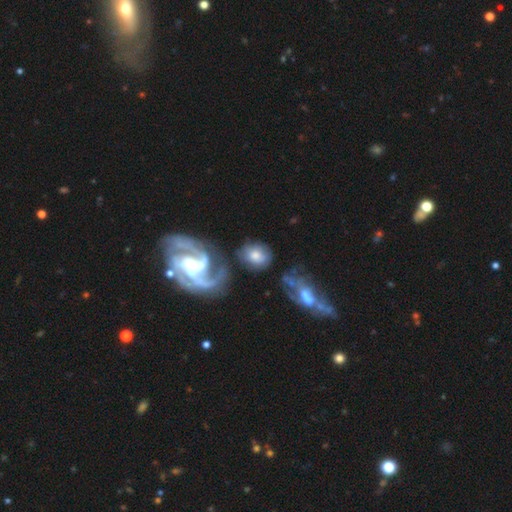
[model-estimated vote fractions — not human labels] smooth_or_featured: smooth (p=0.55) [alt: featured or disk p=0.37]
how_rounded: round (p=0.57) [alt: in between p=0.41]
merging: none (p=0.56) [alt: merger p=0.17]